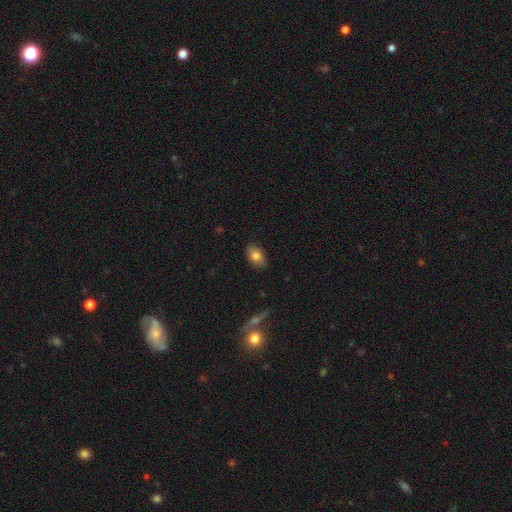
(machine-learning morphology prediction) smooth 82%, featured or disk 10%, star or artifact 8%. Down the decision tree: how rounded — in between (90%); merging — none (85%).